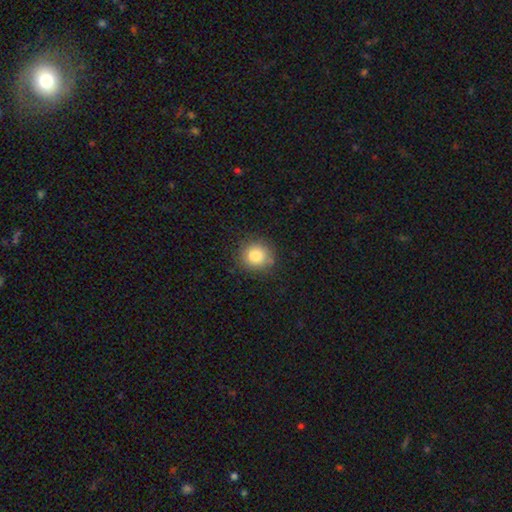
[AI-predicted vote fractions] smooth 82%, star or artifact 10%, featured or disk 7%. Down the decision tree: how rounded — round (91%); merging — none (85%).